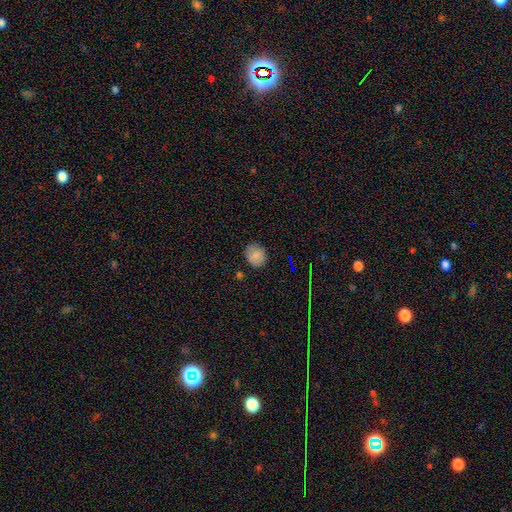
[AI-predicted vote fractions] Morphology: type=smooth (79%); roundness=round (74%); merging=none (81%).